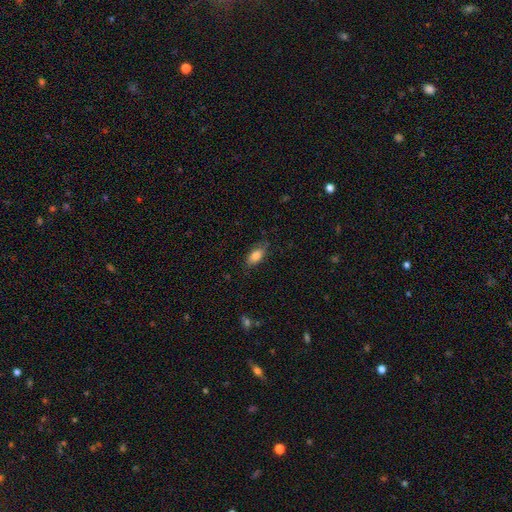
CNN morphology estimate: This appears to be a smooth galaxy with no disk features (81%) that is in between round and cigar-shaped (86%). Merging: none (75%).